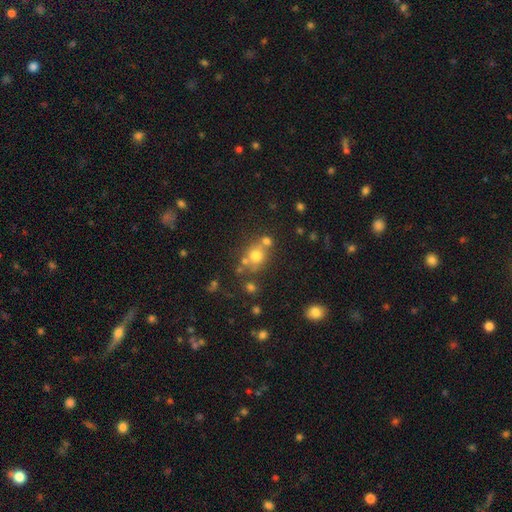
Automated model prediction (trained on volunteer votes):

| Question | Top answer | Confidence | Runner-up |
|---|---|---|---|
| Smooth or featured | smooth | 65% | star or artifact (19%) |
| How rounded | round | 75% | in between (24%) |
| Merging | none | 56% | merger (27%) |